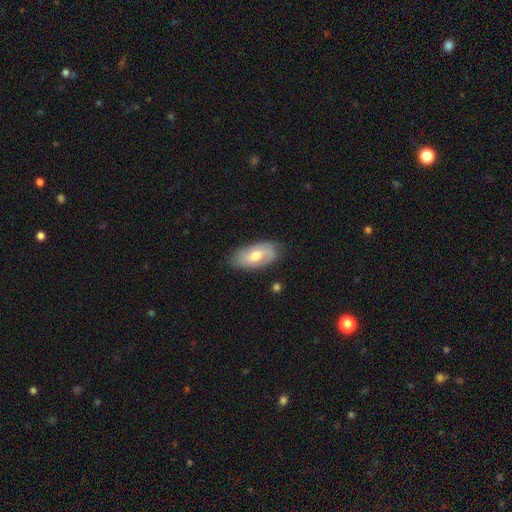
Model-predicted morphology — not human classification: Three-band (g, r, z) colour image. It shows a smooth galaxy with no disk features (57%) that is in between round and cigar-shaped (92%). Merging: none (76%).